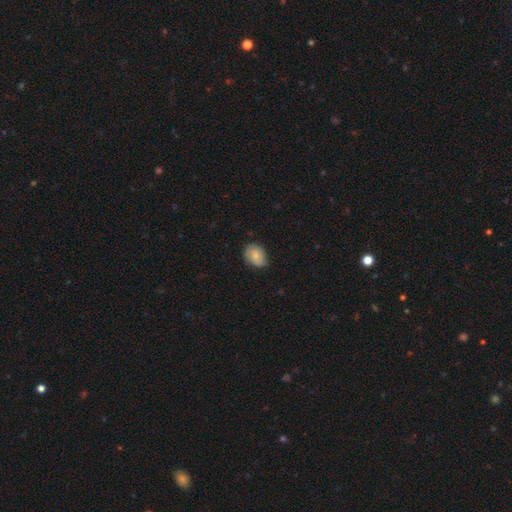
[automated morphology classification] Smooth or featured? Predicted: smooth (p=0.73). How rounded? Predicted: in between (p=0.65). Merging? Predicted: none (p=0.71).